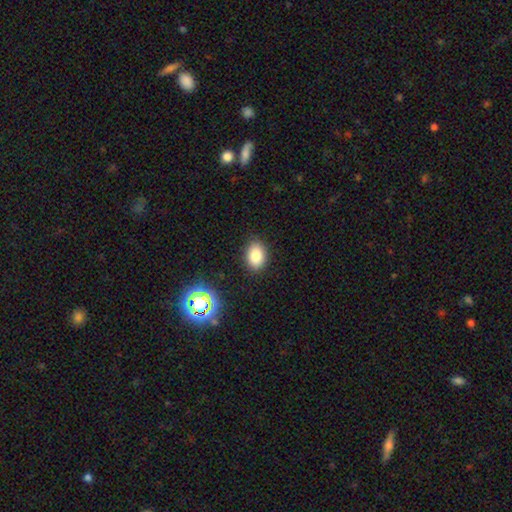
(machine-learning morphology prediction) Q: Smooth or featured?
A: smooth (84%); runner-up: star or artifact (11%)
Q: How rounded?
A: in between (81%); runner-up: round (17%)
Q: Merging?
A: none (87%); runner-up: minor disturbance (9%)